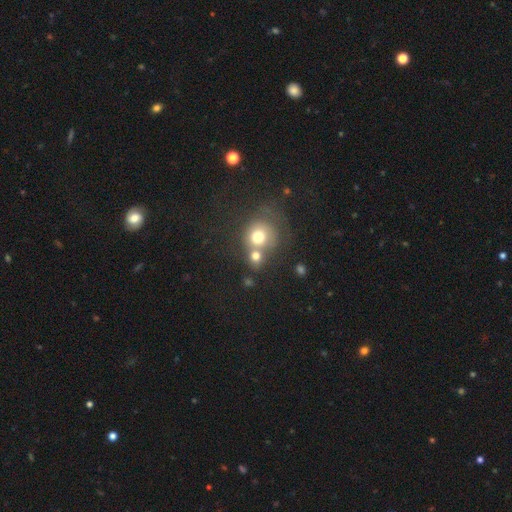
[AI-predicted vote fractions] The model was most divided on "merging": merger: 50%, none: 37%, minor disturbance: 8%, major disturbance: 5%. More confident: how rounded — round (82%); smooth or featured — smooth (72%).